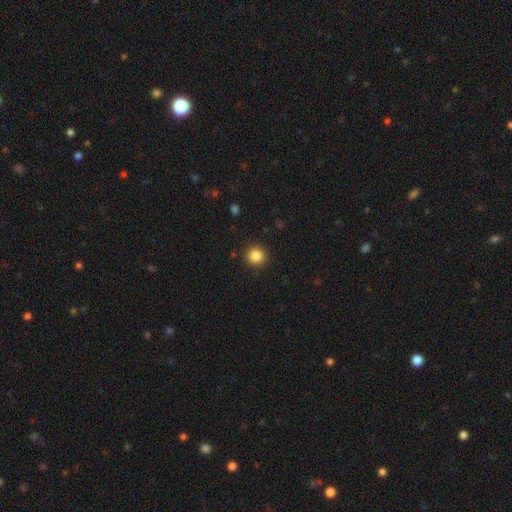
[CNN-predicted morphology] Smooth or featured? Predicted: smooth (p=0.85). How rounded? Predicted: round (p=0.95). Merging? Predicted: none (p=0.92).